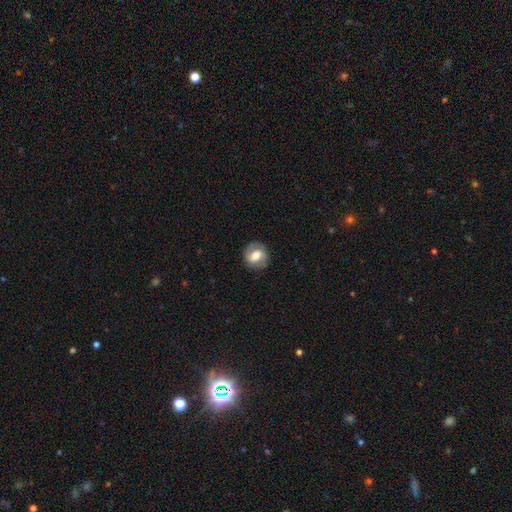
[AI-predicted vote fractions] This appears to be a featured or disk galaxy (48%). Merging: none (83%).